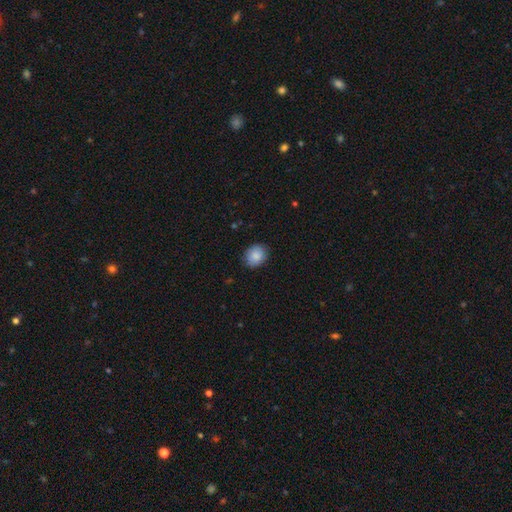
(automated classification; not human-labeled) Smooth or featured?
  - smooth: 87% *
  - star or artifact: 7%
  - featured or disk: 5%
How rounded?
  - round: 57% *
  - in between: 42%
  - cigar-shaped: 1%
Merging?
  - none: 86% *
  - minor disturbance: 11%
  - major disturbance: 2%
  - merger: 1%